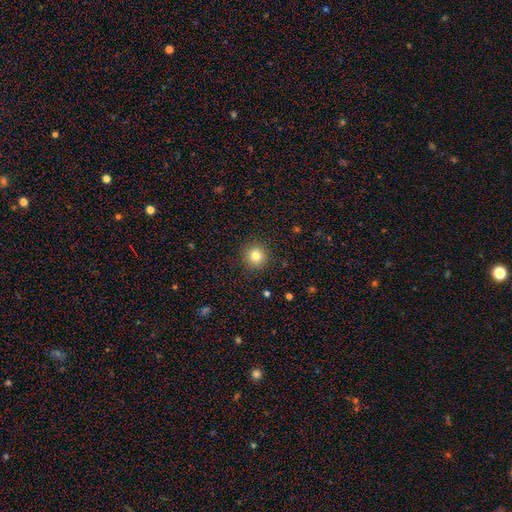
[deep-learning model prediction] Smooth or featured? Predicted: smooth (p=0.81). How rounded? Predicted: round (p=0.95). Merging? Predicted: none (p=0.91).